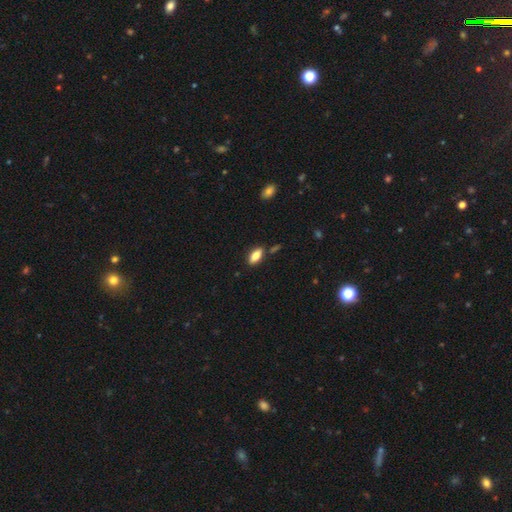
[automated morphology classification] smooth_or_featured: smooth (p=0.78) [alt: featured or disk p=0.15]
how_rounded: in between (p=0.87) [alt: cigar-shaped p=0.10]
merging: none (p=0.81) [alt: minor disturbance p=0.12]